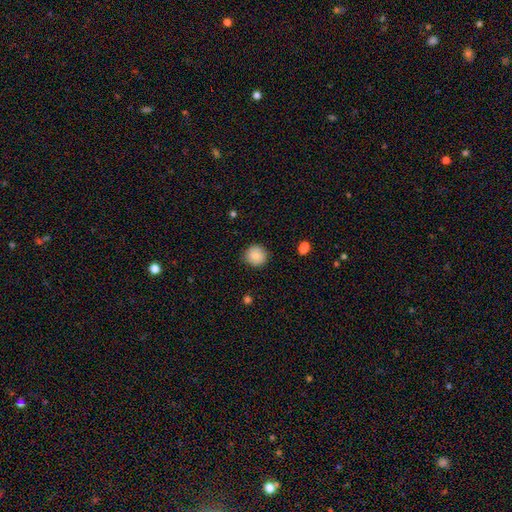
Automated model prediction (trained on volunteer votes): A smooth galaxy with no disk features (88%) that is round (91%).

Vote fractions:
- Smooth or featured? smooth: 88% / star or artifact: 8% / featured or disk: 4%
- How rounded? round: 91% / in between: 8% / cigar-shaped: 1%
- Merging? none: 89% / minor disturbance: 8% / major disturbance: 2% / merger: 1%